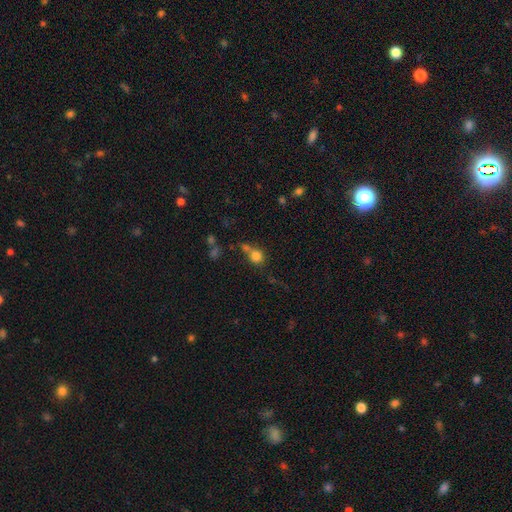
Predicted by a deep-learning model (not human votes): A smooth galaxy with no disk features (78%) that is round (81%). Merging: none (47%).